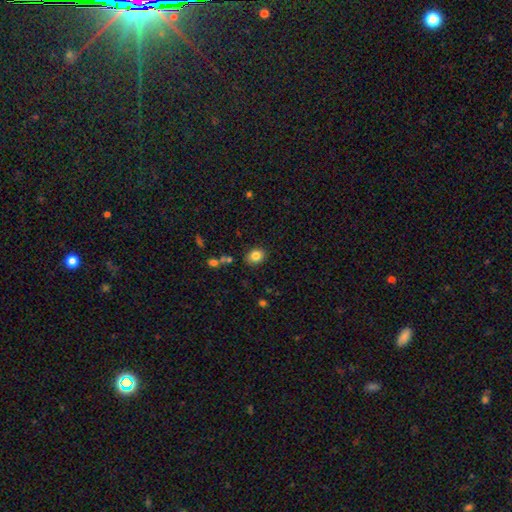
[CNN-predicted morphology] Smooth or featured: smooth — 83% (star or artifact — 10%)
How rounded: round — 53% (in between — 46%)
Merging: none — 85% (minor disturbance — 10%)